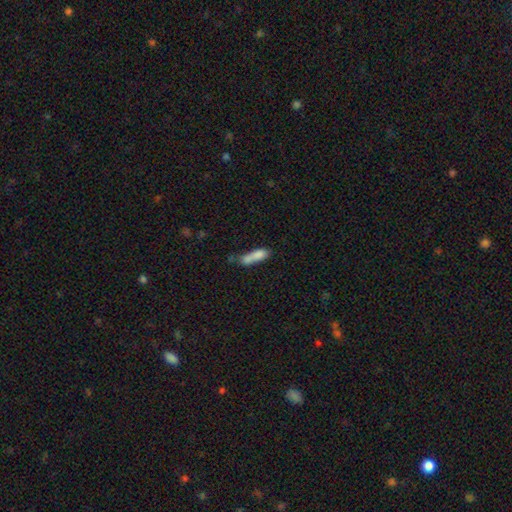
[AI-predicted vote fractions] smooth 75%, featured or disk 16%, star or artifact 9%. Down the decision tree: how rounded — cigar-shaped (52%); merging — merger (42%).